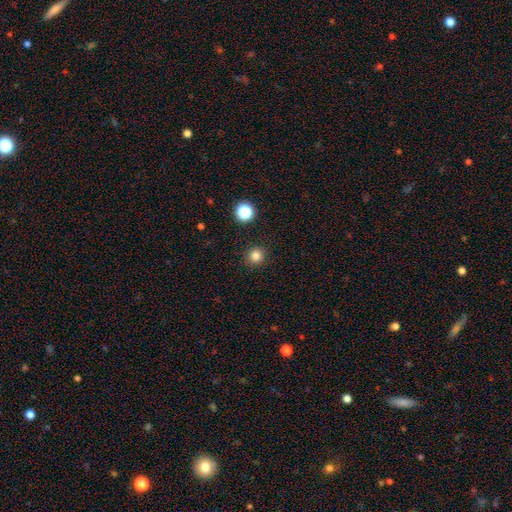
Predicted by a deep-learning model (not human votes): Overall: smooth (82%). How rounded: round (93%). Merging: none (91%).